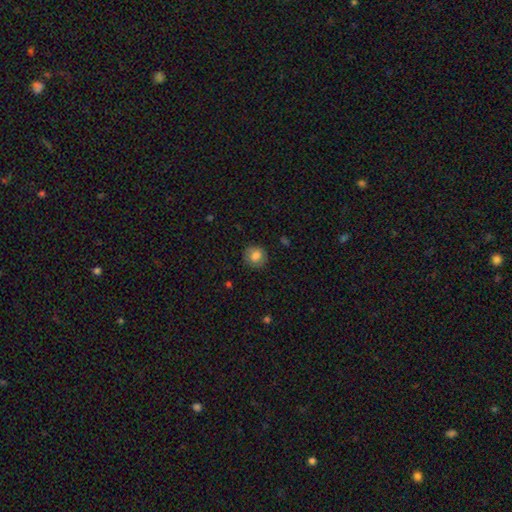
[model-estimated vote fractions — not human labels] This appears to be a smooth galaxy with no disk features (78%) that is round (84%). Merging: none (85%).